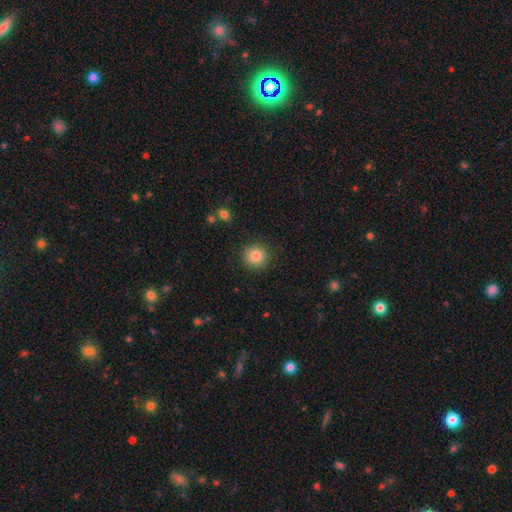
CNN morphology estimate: A smooth galaxy with no disk features (85%) that is round (93%).

Vote fractions:
- Smooth or featured? smooth: 85% / star or artifact: 9% / featured or disk: 5%
- How rounded? round: 93% / in between: 6% / cigar-shaped: 1%
- Merging? none: 90% / minor disturbance: 7% / major disturbance: 2% / merger: 1%